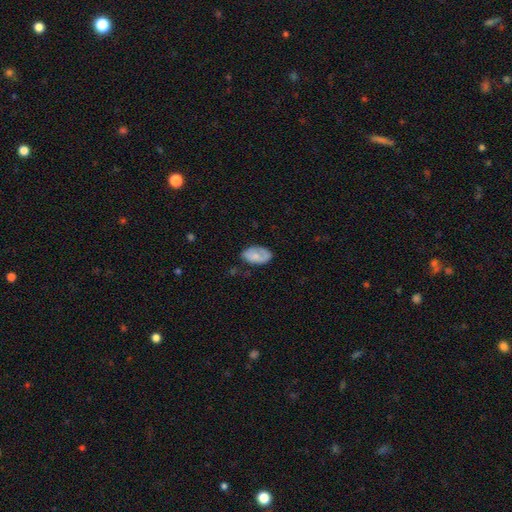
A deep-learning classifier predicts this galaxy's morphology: Smooth or featured? smooth (69%)
How rounded? in between (92%)
Merging? none (64%)